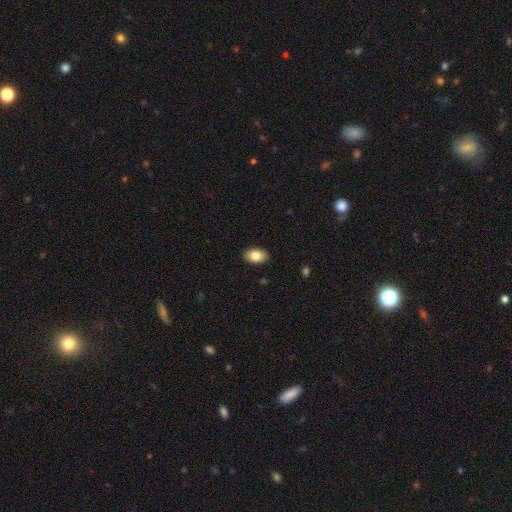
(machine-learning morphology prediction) Q: Smooth or featured?
A: smooth (83%); runner-up: featured or disk (10%)
Q: How rounded?
A: in between (90%); runner-up: round (9%)
Q: Merging?
A: none (89%); runner-up: minor disturbance (8%)